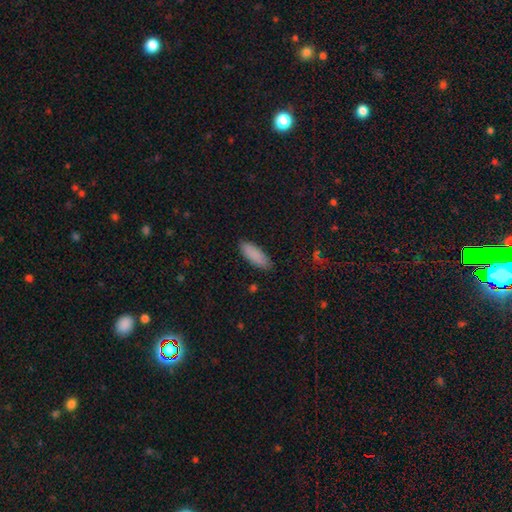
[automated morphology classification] Smooth or featured: smooth — 88% (star or artifact — 6%)
How rounded: in between — 71% (cigar-shaped — 27%)
Merging: none — 85% (minor disturbance — 12%)